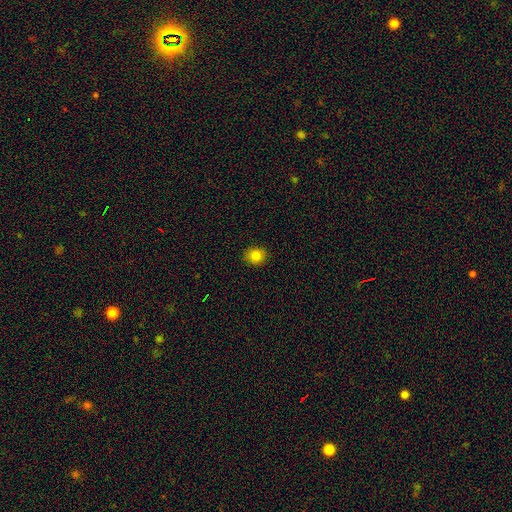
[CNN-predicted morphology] This appears to be a smooth galaxy with no disk features (81%) that is round (75%). Merging: none (90%).